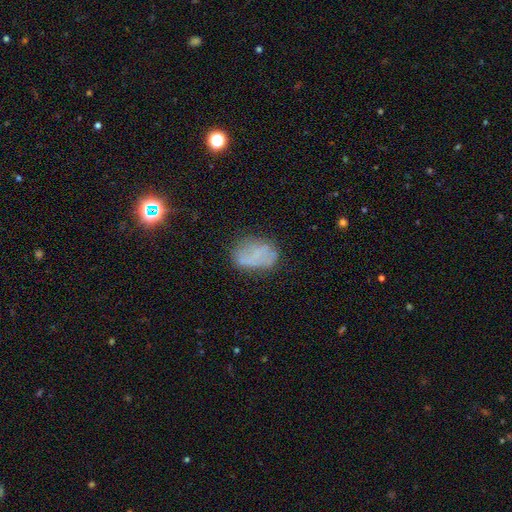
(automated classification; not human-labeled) Smooth or featured? Predicted: smooth (p=0.52). How rounded? Predicted: in between (p=0.84). Merging? Predicted: none (p=0.61).